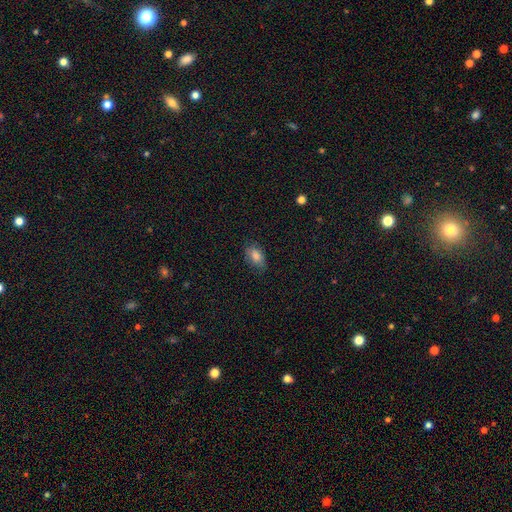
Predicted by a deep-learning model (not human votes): Smooth or featured: smooth — 81% (star or artifact — 10%)
How rounded: in between — 87% (round — 10%)
Merging: none — 76% (minor disturbance — 19%)